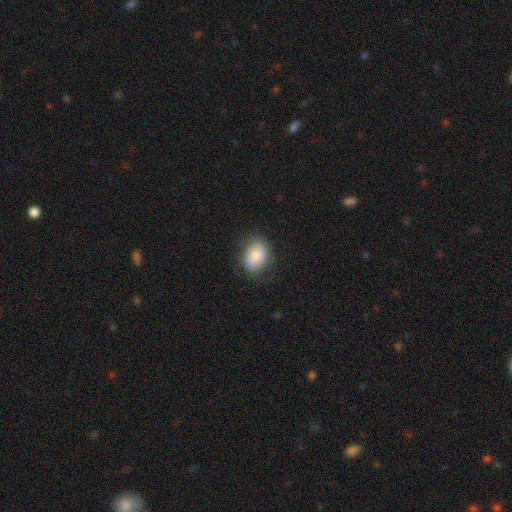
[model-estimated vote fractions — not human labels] The model was most divided on "how rounded": in between: 64%, round: 35%, cigar-shaped: 1%. More confident: smooth or featured — smooth (77%); merging — none (74%).